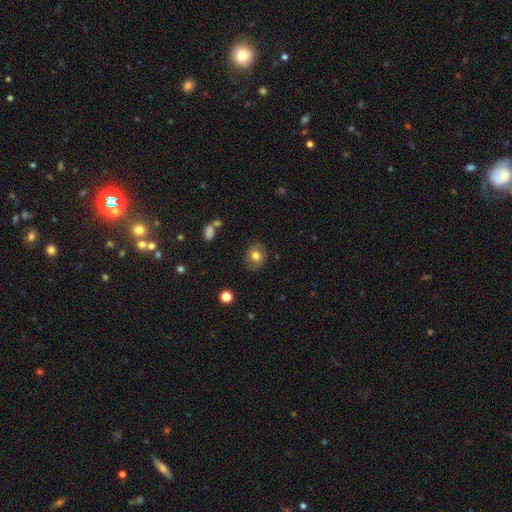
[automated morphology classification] smooth-or-featured: smooth: 74% | featured or disk: 16% | star or artifact: 9%
  how-rounded: round: 69% | in between: 30% | cigar-shaped: 1%
  merging: none: 85% | minor disturbance: 11% | major disturbance: 3% | merger: 1%